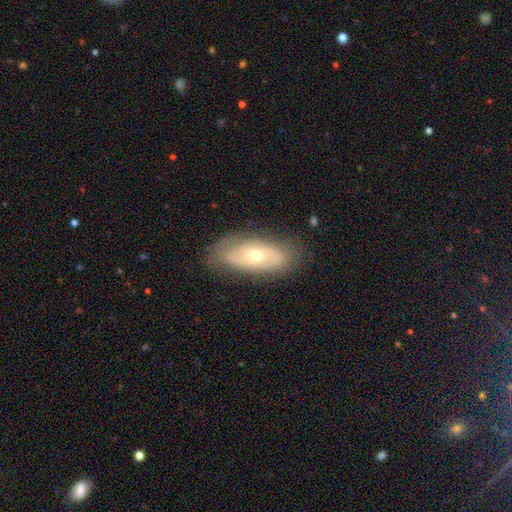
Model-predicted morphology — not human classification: A featured or disk galaxy (67%) with no bar (68%), spiral arms (80%) and a small central bulge (53%). Merging: none (79%).